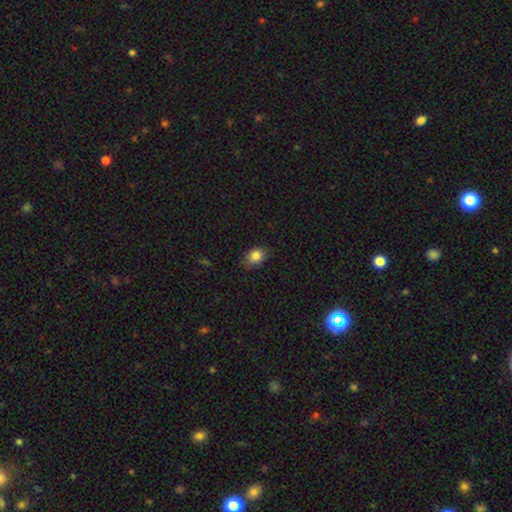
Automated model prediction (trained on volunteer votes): A smooth galaxy with no disk features (84%) that is in between round and cigar-shaped (71%). Merging: none (74%).